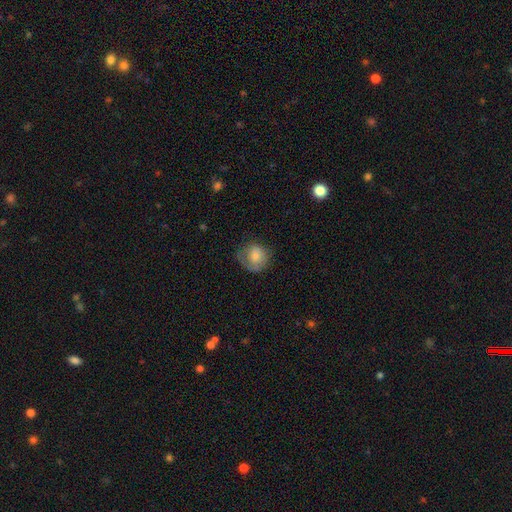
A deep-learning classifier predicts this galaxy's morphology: Smooth or featured? smooth (74%)
How rounded? round (78%)
Merging? none (55%)